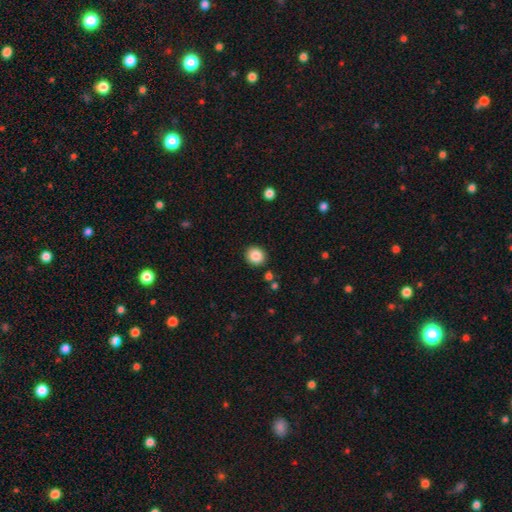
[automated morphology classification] Q: Smooth or featured?
A: smooth (86%); runner-up: star or artifact (9%)
Q: How rounded?
A: round (83%); runner-up: in between (17%)
Q: Merging?
A: none (90%); runner-up: minor disturbance (6%)